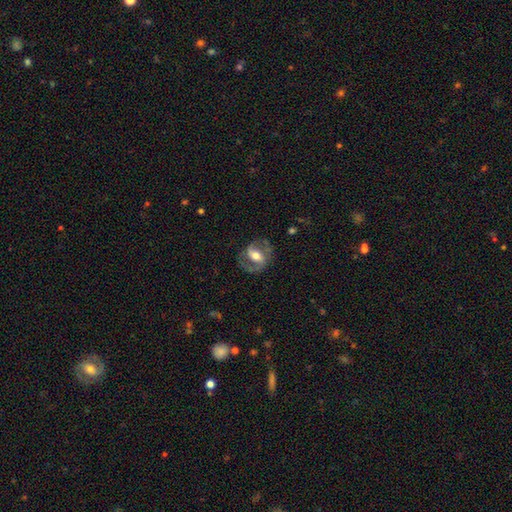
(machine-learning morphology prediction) Q: Smooth or featured?
A: featured or disk (77%); runner-up: smooth (17%)
Q: Edge-on disk?
A: no (96%); runner-up: yes (4%)
Q: Bar?
A: weak (40%); runner-up: strong (36%)
Q: Spiral arms?
A: yes (89%); runner-up: no (11%)
Q: Spiral winding?
A: medium (53%); runner-up: loose (24%)
Q: Spiral arm count?
A: 2 (86%); runner-up: 1 (6%)
Q: Bulge size?
A: moderate (68%); runner-up: large (16%)
Q: Merging?
A: none (72%); runner-up: minor disturbance (16%)